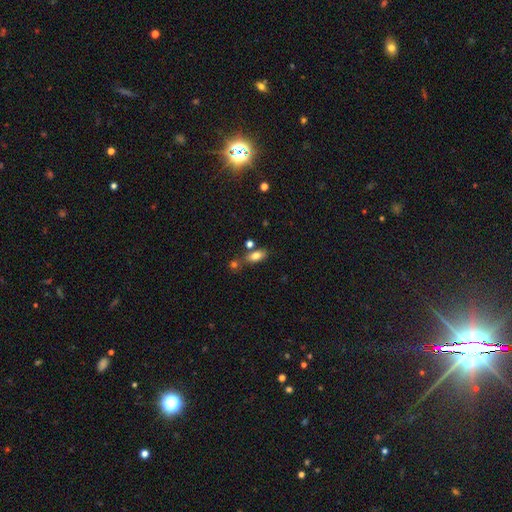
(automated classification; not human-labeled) smooth_or_featured: smooth (p=0.78) [alt: featured or disk p=0.13]
how_rounded: in between (p=0.85) [alt: cigar-shaped p=0.10]
merging: none (p=0.66) [alt: merger p=0.16]